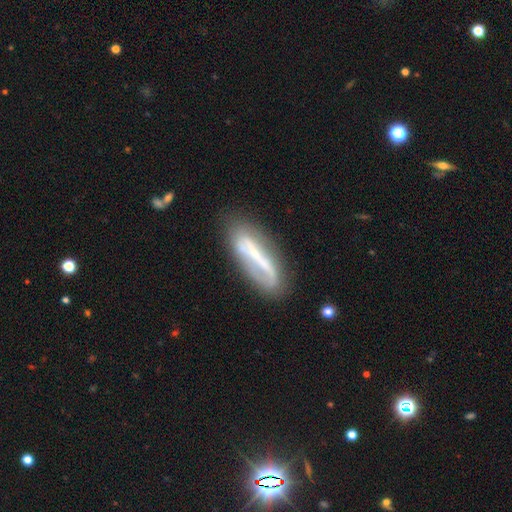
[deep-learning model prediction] Smooth or featured?
  - featured or disk: 63% *
  - smooth: 29%
  - star or artifact: 8%
Edge-on disk?
  - no: 67% *
  - yes: 33%
Merging?
  - none: 68% *
  - minor disturbance: 19%
  - major disturbance: 9%
  - merger: 4%